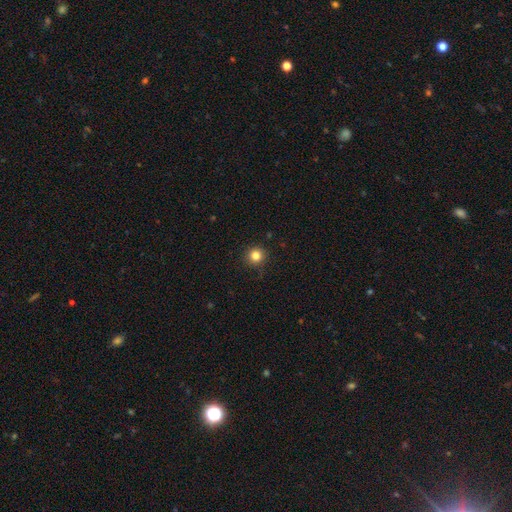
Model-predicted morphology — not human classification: The model was most divided on "smooth or featured": smooth: 83%, star or artifact: 12%, featured or disk: 5%. More confident: how rounded — round (95%); merging — none (90%).